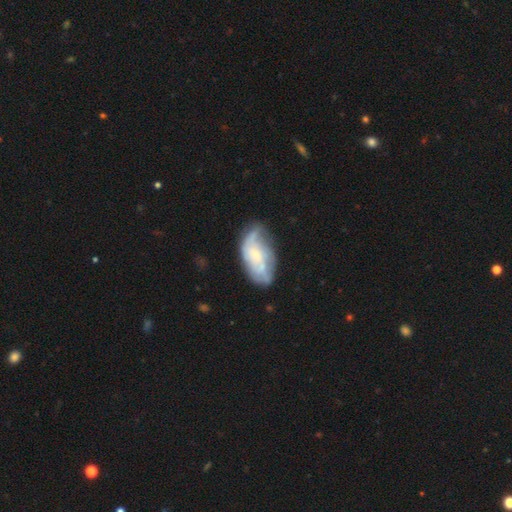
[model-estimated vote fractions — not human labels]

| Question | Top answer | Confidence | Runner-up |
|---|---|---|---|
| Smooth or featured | featured or disk | 58% | smooth (35%) |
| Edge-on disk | no | 95% | yes (5%) |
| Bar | no | 66% | weak (28%) |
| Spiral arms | yes | 70% | no (30%) |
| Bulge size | small | 56% | moderate (26%) |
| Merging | none | 52% | minor disturbance (29%) |